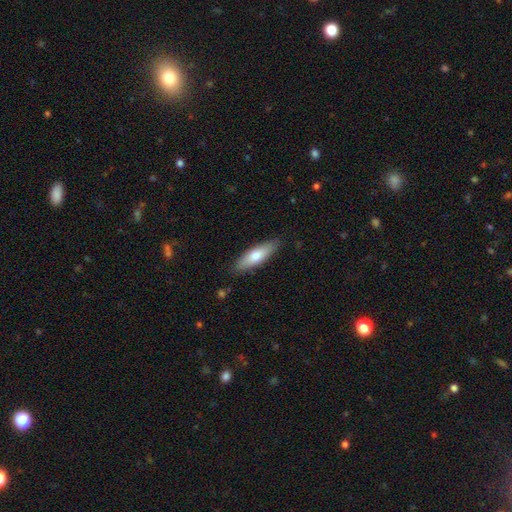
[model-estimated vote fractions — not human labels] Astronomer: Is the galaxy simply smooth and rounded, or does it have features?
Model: smooth — 70%.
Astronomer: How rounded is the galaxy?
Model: cigar-shaped — 53% (runner-up: in between, 46%).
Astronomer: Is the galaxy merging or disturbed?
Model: none — 86%.